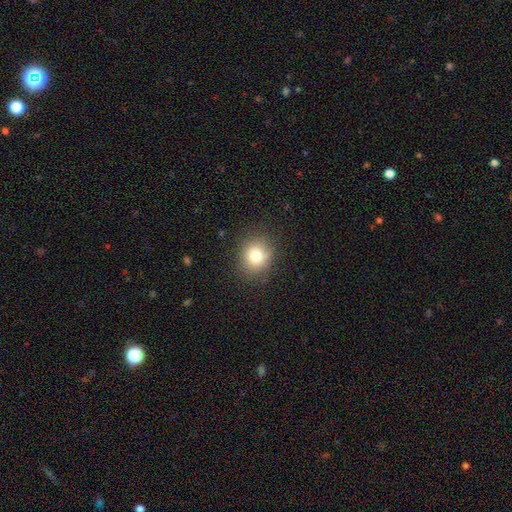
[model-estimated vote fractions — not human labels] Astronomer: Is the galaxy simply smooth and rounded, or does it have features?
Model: smooth — 80%.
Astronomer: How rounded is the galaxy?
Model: round — 71%.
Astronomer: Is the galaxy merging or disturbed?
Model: none — 81%.